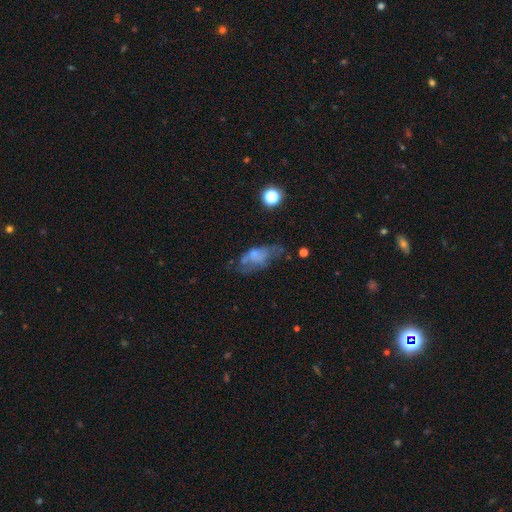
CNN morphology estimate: Smooth or featured: smooth — 47% (featured or disk — 39%)
Merging: none — 35% (major disturbance — 33%)